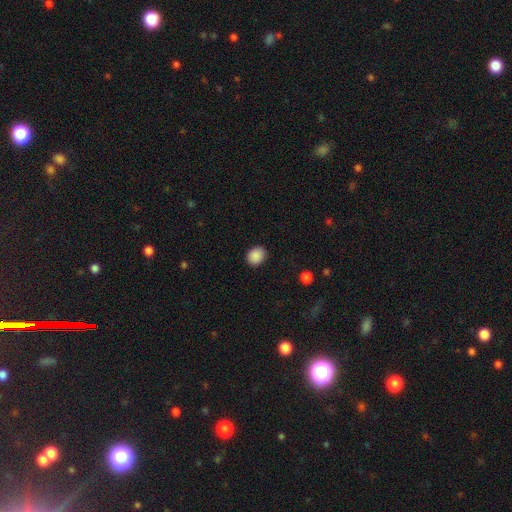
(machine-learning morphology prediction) smooth_or_featured: smooth (p=0.89) [alt: star or artifact p=0.09]
how_rounded: round (p=0.63) [alt: in between p=0.36]
merging: none (p=0.90) [alt: minor disturbance p=0.07]